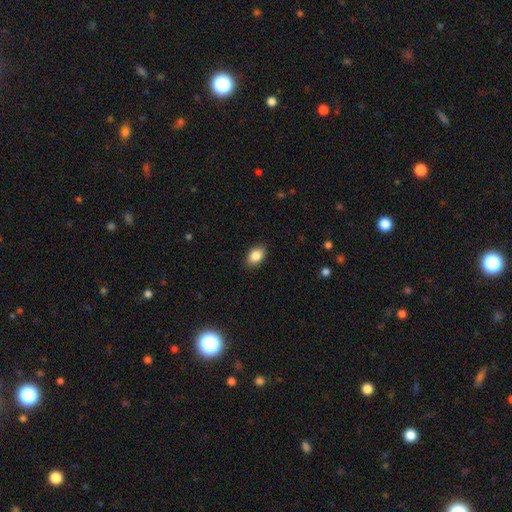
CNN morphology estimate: This is clearly a smooth galaxy (87%). How rounded: clearly in between (83%). Merging: clearly none (88%).